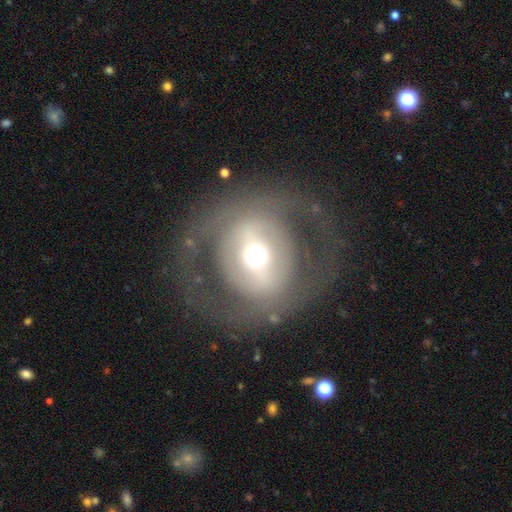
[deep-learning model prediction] Smooth or featured? featured or disk (52%)
Edge-on disk? no (91%)
Merging? none (65%)